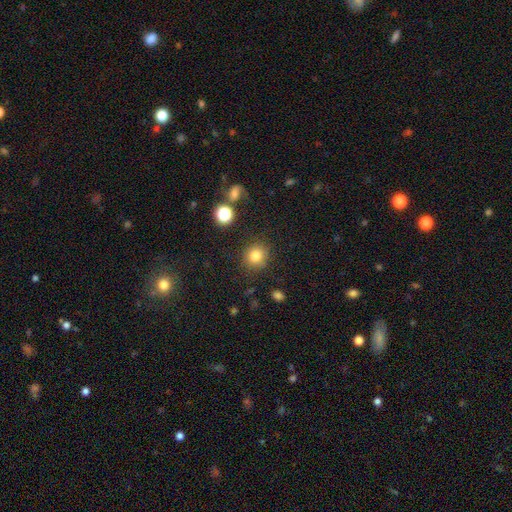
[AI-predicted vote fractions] smooth_or_featured: smooth (p=0.80) [alt: star or artifact p=0.13]
how_rounded: round (p=0.88) [alt: in between p=0.11]
merging: none (p=0.86) [alt: minor disturbance p=0.08]